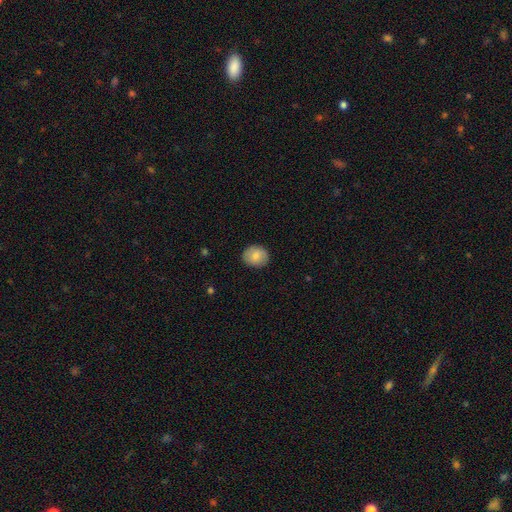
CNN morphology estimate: Smooth or featured? Predicted: smooth (p=0.79). How rounded? Predicted: round (p=0.65). Merging? Predicted: none (p=0.87).